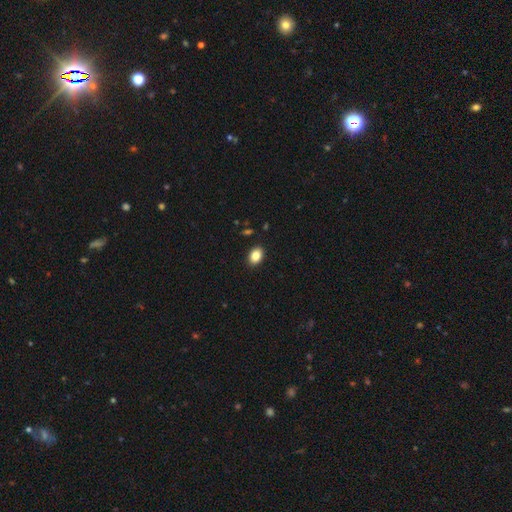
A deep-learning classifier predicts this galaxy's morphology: Smooth or featured? Predicted: smooth (p=0.86). How rounded? Predicted: in between (p=0.83). Merging? Predicted: none (p=0.90).